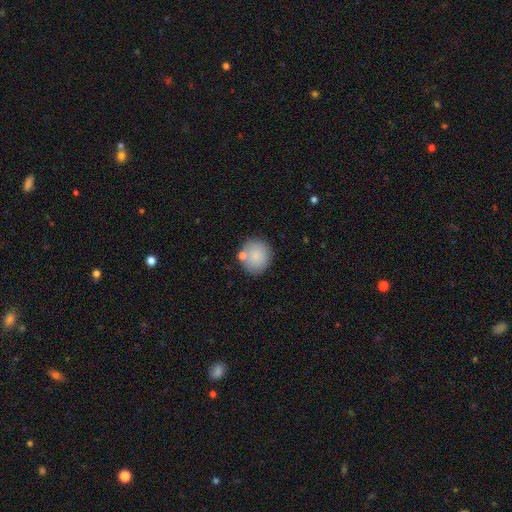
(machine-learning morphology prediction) Smooth or featured: smooth — 83% (featured or disk — 9%)
How rounded: round — 85% (in between — 14%)
Merging: none — 73% (minor disturbance — 12%)